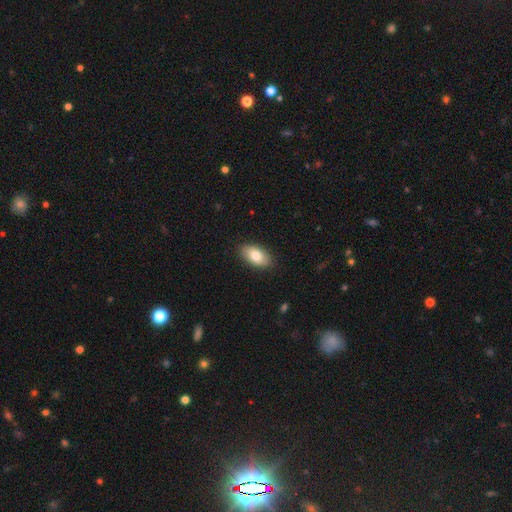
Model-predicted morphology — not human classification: type=smooth (80%); roundness=in between (94%); merging=none (87%).